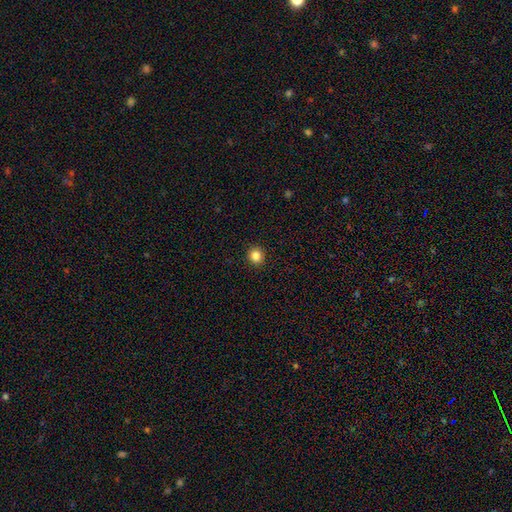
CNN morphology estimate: smooth 84%, star or artifact 11%, featured or disk 5%. Down the decision tree: how rounded — round (90%); merging — none (93%).